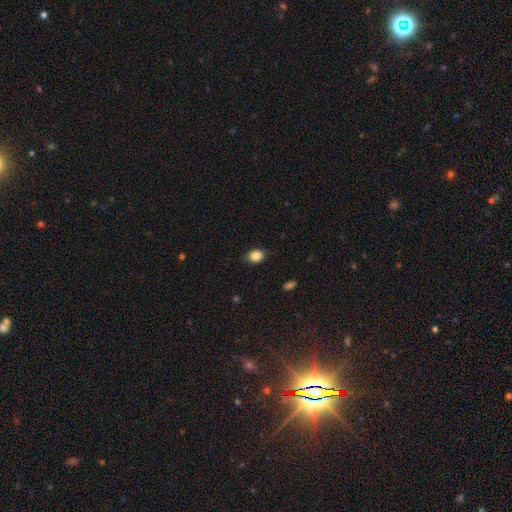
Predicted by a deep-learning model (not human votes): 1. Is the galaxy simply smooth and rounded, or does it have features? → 86% smooth, 9% star or artifact, 5% featured or disk.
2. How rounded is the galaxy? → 55% in between, 44% round, 1% cigar-shaped.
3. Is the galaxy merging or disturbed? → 84% none, 13% minor disturbance, 3% major disturbance, 1% merger.